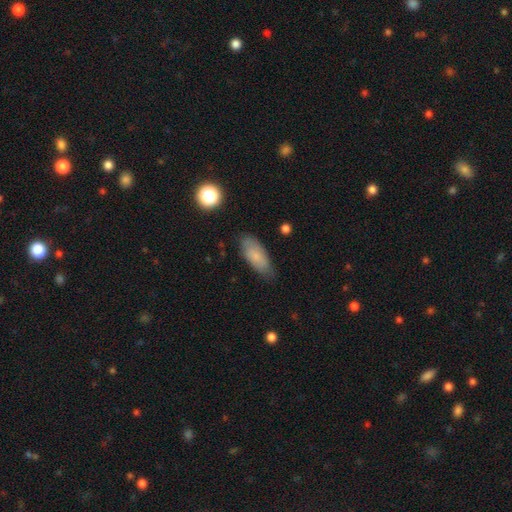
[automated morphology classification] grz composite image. It shows a smooth galaxy with no disk features (77%) that is in between round and cigar-shaped (82%). Merging: none (74%).